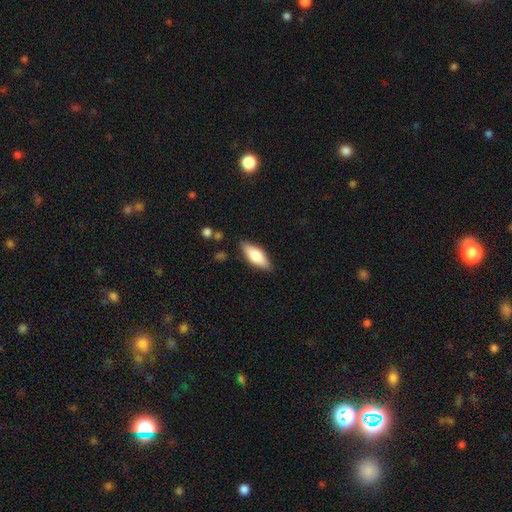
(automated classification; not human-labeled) Smooth or featured? smooth (68%)
How rounded? in between (72%)
Merging? none (85%)